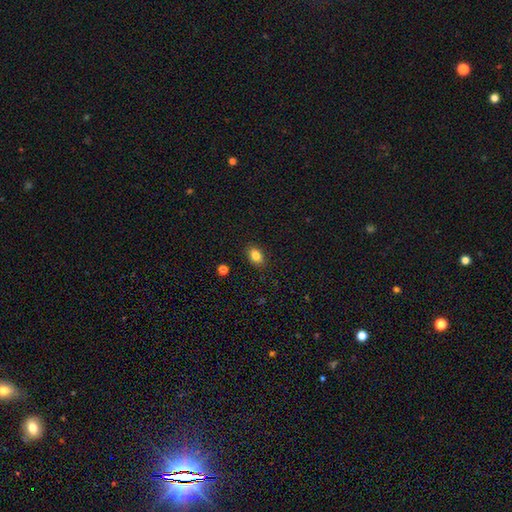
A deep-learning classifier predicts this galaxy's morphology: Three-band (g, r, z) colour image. It shows a smooth galaxy with no disk features (83%) that is in between round and cigar-shaped (76%). Merging: none (88%).